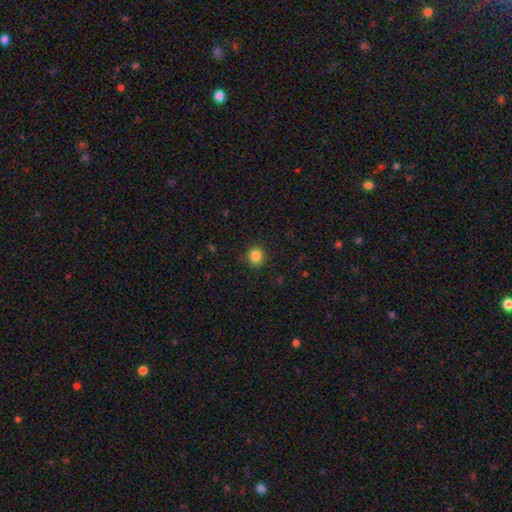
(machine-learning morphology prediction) Smooth or featured: smooth — 84% (star or artifact — 11%)
How rounded: round — 87% (in between — 12%)
Merging: none — 89% (minor disturbance — 8%)